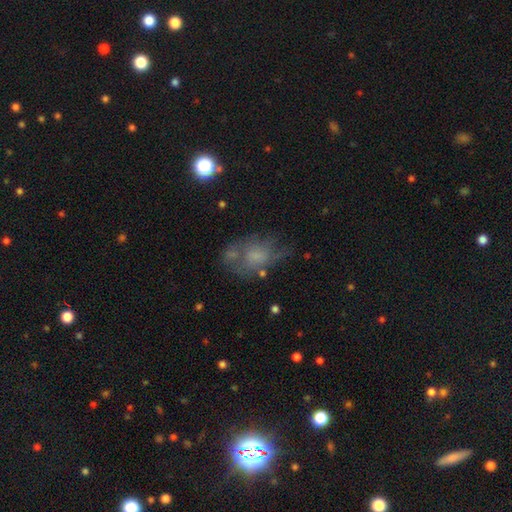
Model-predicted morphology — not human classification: A smooth galaxy with no disk features (45%).

Vote fractions:
- Smooth or featured? smooth: 45% / featured or disk: 41% / star or artifact: 14%
- Merging? none: 45% / minor disturbance: 24% / major disturbance: 24% / merger: 7%